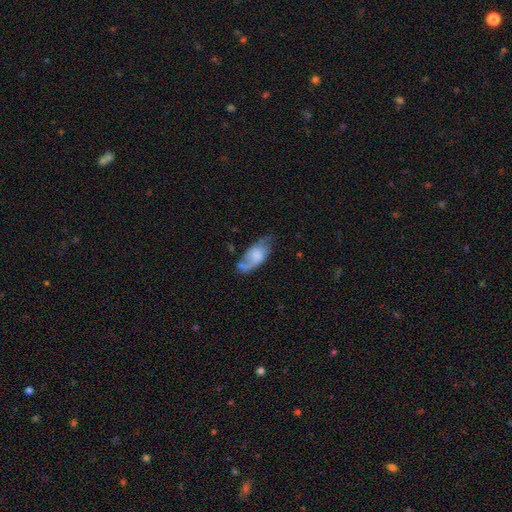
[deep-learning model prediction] A featured or disk galaxy (49%). Merging: none (49%).